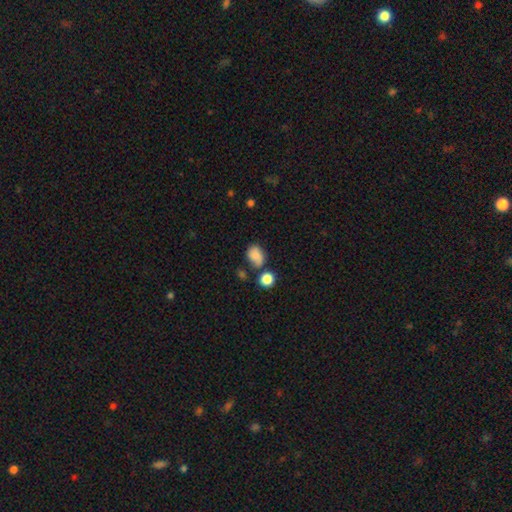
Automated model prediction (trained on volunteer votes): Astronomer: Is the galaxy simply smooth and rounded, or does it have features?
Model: smooth — 78%.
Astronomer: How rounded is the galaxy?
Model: in between — 64%.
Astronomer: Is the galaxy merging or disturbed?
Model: none — 51%.